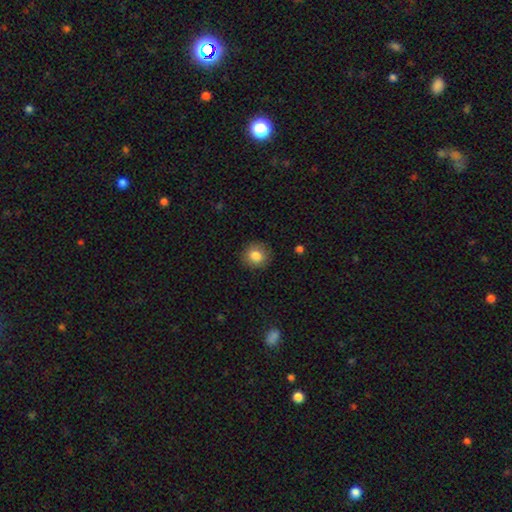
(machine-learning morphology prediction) A smooth galaxy with no disk features (83%) that is round (88%). Merging: none (88%).